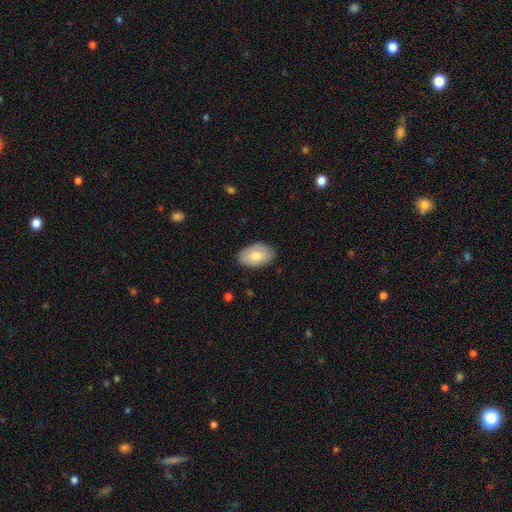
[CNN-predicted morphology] Smooth or featured? Predicted: smooth (p=0.75). How rounded? Predicted: in between (p=0.92). Merging? Predicted: none (p=0.83).